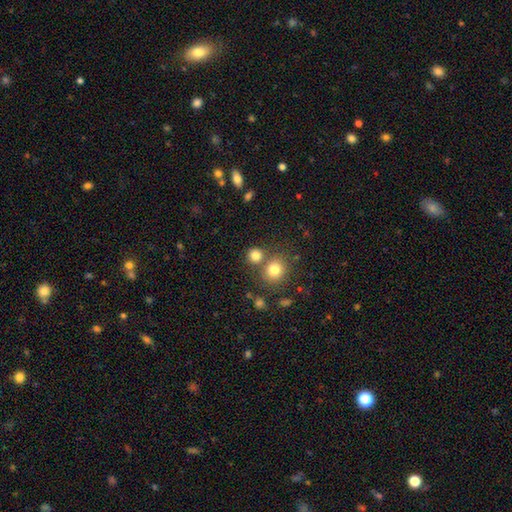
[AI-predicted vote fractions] Smooth or featured? Predicted: smooth (p=0.81). How rounded? Predicted: round (p=0.87). Merging? Predicted: none (p=0.67).